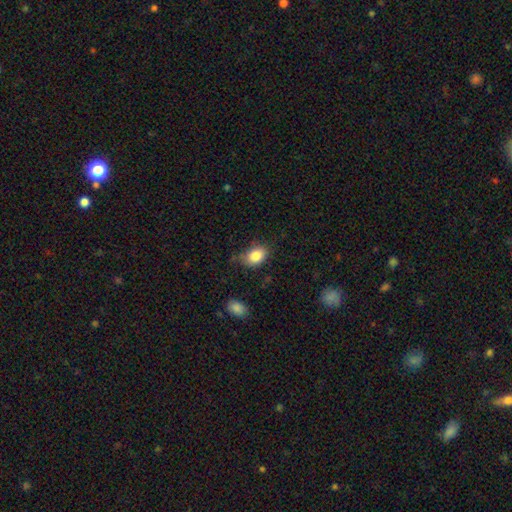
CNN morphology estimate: A smooth galaxy with no disk features (85%) that is in between round and cigar-shaped (77%).

Vote fractions:
- Smooth or featured? smooth: 85% / star or artifact: 8% / featured or disk: 7%
- How rounded? in between: 77% / round: 22% / cigar-shaped: 1%
- Merging? none: 67% / minor disturbance: 25% / major disturbance: 6% / merger: 3%